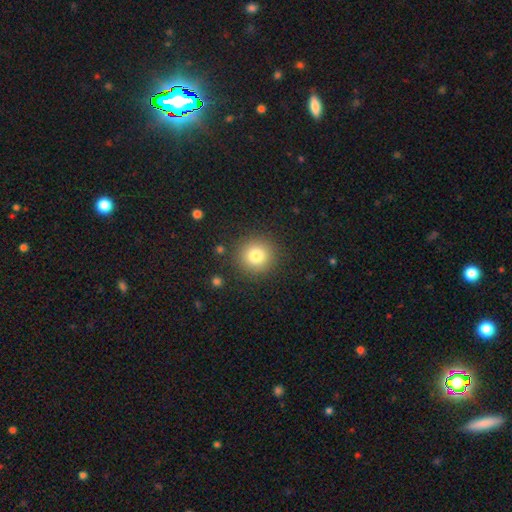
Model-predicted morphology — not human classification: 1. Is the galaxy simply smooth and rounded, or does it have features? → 81% smooth, 11% star or artifact, 8% featured or disk.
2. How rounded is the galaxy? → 94% round, 5% in between, 1% cigar-shaped.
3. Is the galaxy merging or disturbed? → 88% none, 7% minor disturbance, 3% major disturbance, 2% merger.